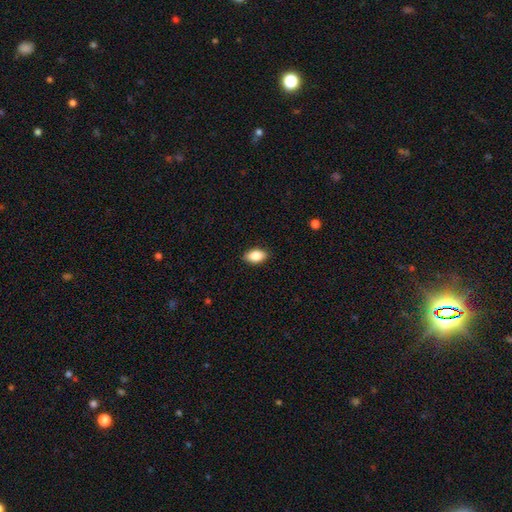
Volunteers were most divided on "merging": none: 84%, minor disturbance: 16%, major disturbance: 0%, merger: 0%. More confident: how rounded — in between (92%); smooth or featured — smooth (88%).